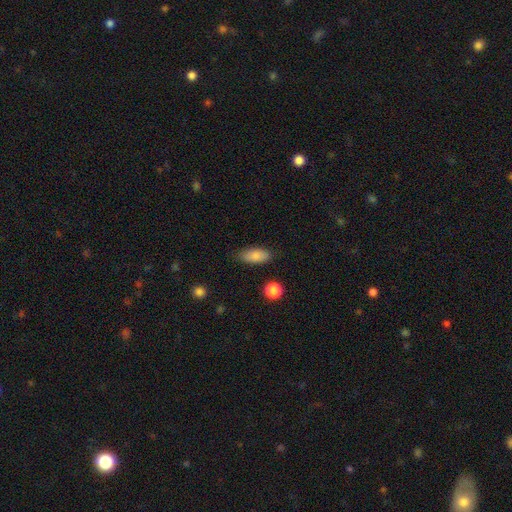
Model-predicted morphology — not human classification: A smooth galaxy with no disk features (86%) that is in between round and cigar-shaped (83%).

Vote fractions:
- Smooth or featured? smooth: 86% / star or artifact: 7% / featured or disk: 7%
- How rounded? in between: 83% / cigar-shaped: 14% / round: 3%
- Merging? none: 83% / minor disturbance: 12% / major disturbance: 3% / merger: 2%